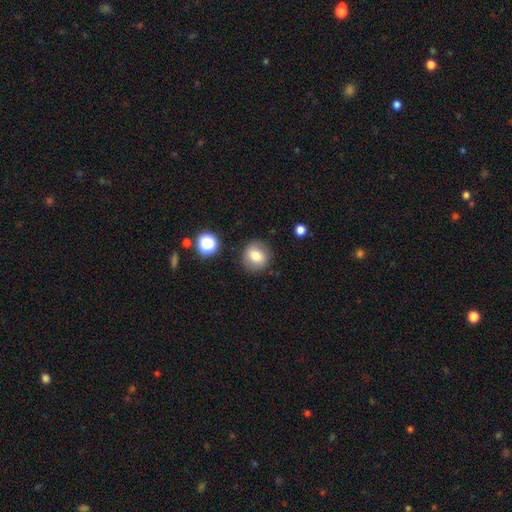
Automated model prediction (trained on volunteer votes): Morphology: type=smooth (78%); roundness=round (86%); merging=none (86%).